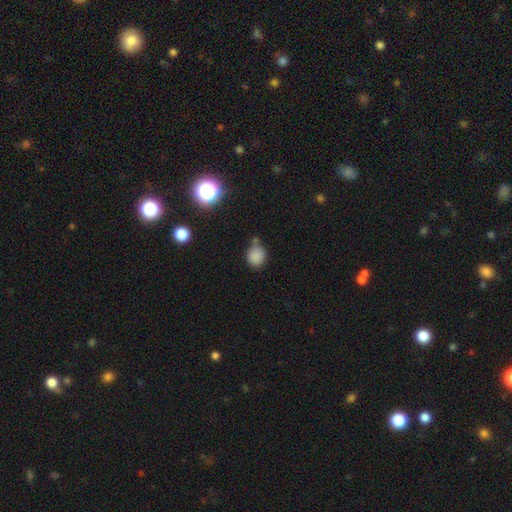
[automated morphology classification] Smooth or featured?
  - smooth: 83% *
  - star or artifact: 12%
  - featured or disk: 5%
How rounded?
  - round: 77% *
  - in between: 22%
  - cigar-shaped: 1%
Merging?
  - none: 57% *
  - minor disturbance: 23%
  - merger: 13%
  - major disturbance: 6%